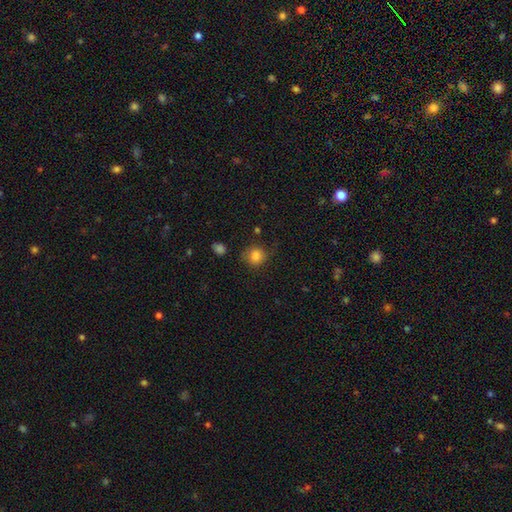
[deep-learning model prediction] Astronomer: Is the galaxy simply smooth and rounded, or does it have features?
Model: smooth — 84%.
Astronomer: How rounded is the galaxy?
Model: round — 80%.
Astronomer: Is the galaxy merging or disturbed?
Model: none — 73%.